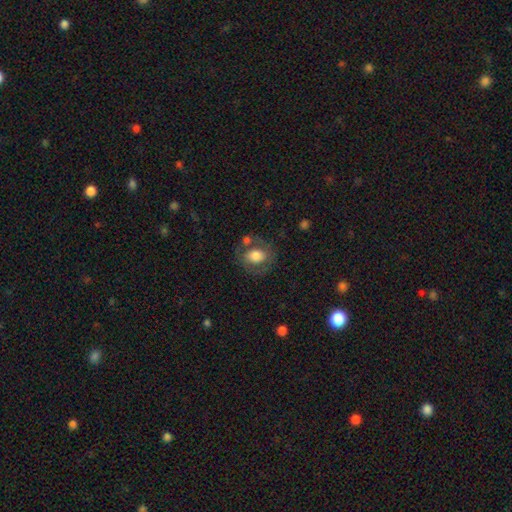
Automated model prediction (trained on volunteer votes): Smooth or featured? Predicted: smooth (p=0.62). How rounded? Predicted: round (p=0.50). Merging? Predicted: none (p=0.61).